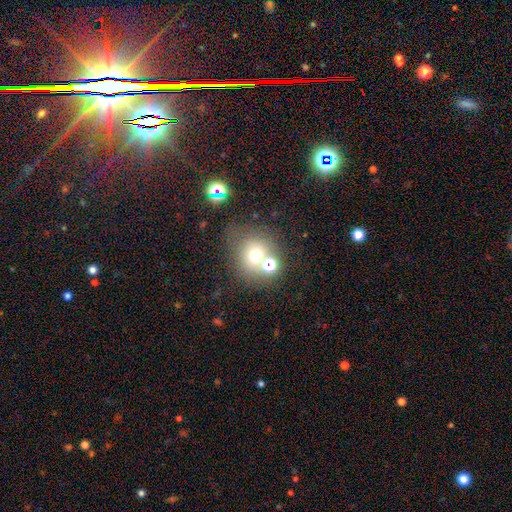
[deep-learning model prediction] A smooth galaxy with no disk features (63%) that is round (81%).

Vote fractions:
- Smooth or featured? smooth: 63% / star or artifact: 20% / featured or disk: 17%
- How rounded? round: 81% / in between: 18% / cigar-shaped: 1%
- Merging? none: 53% / merger: 27% / minor disturbance: 12% / major disturbance: 8%